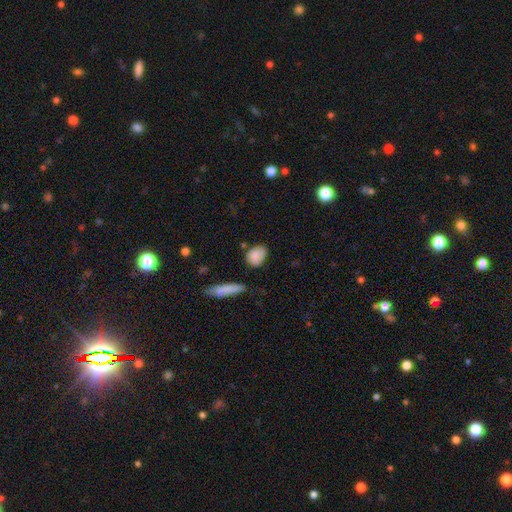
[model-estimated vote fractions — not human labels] A smooth galaxy with no disk features (84%) that is in between round and cigar-shaped (60%). Merging: none (72%).